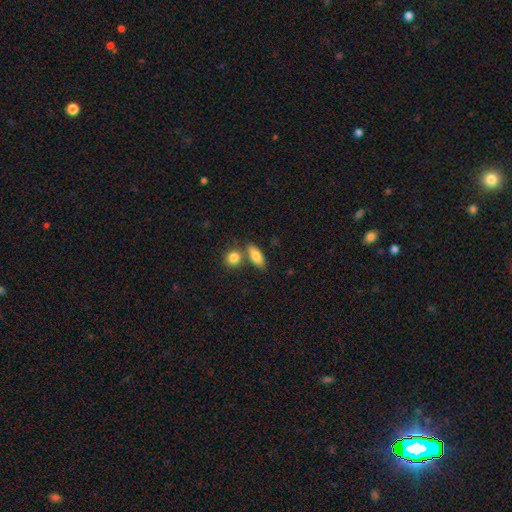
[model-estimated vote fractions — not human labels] Smooth or featured?
  - smooth: 81% *
  - featured or disk: 12%
  - star or artifact: 6%
How rounded?
  - in between: 77% *
  - cigar-shaped: 17%
  - round: 6%
Merging?
  - none: 59% *
  - merger: 27%
  - minor disturbance: 11%
  - major disturbance: 3%